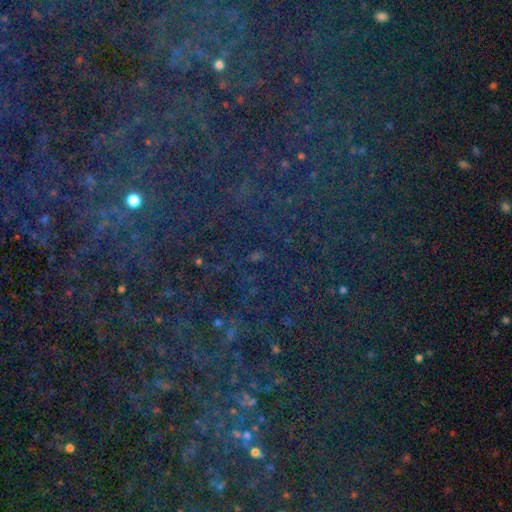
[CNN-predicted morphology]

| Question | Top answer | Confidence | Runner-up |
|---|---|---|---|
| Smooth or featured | star or artifact | 83% | smooth (10%) |